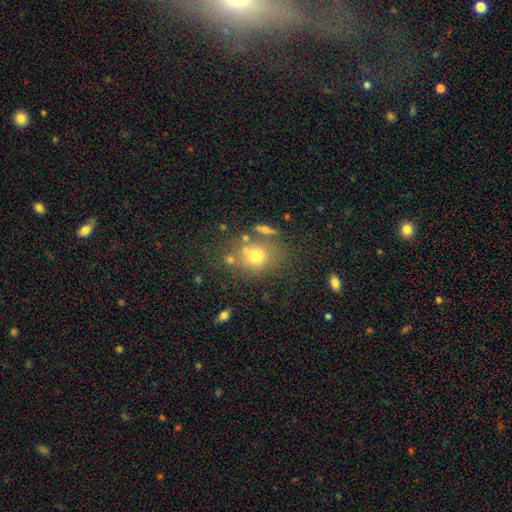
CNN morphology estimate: A smooth galaxy with no disk features (68%) that is round (72%).

Vote fractions:
- Smooth or featured? smooth: 68% / star or artifact: 16% / featured or disk: 16%
- How rounded? round: 72% / in between: 27% / cigar-shaped: 1%
- Merging? none: 66% / merger: 15% / minor disturbance: 13% / major disturbance: 6%